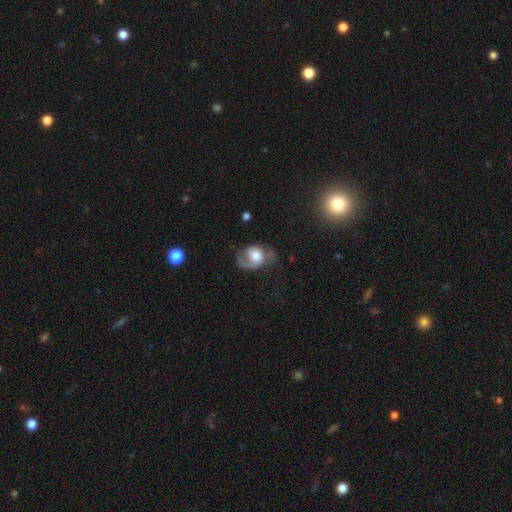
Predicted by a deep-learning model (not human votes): Smooth or featured: featured or disk — 59% (smooth — 33%)
Edge-on disk: no — 97% (yes — 3%)
Bar: no — 74% (weak — 22%)
Spiral arms: yes — 84% (no — 16%)
Bulge size: large — 43% (moderate — 37%)
Merging: none — 40% (major disturbance — 34%)